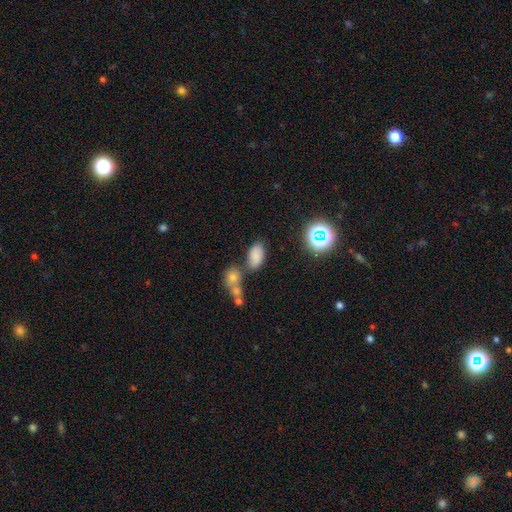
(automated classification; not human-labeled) Q: Smooth or featured?
A: smooth (74%); runner-up: star or artifact (16%)
Q: How rounded?
A: in between (92%); runner-up: round (6%)
Q: Merging?
A: none (62%); runner-up: merger (18%)